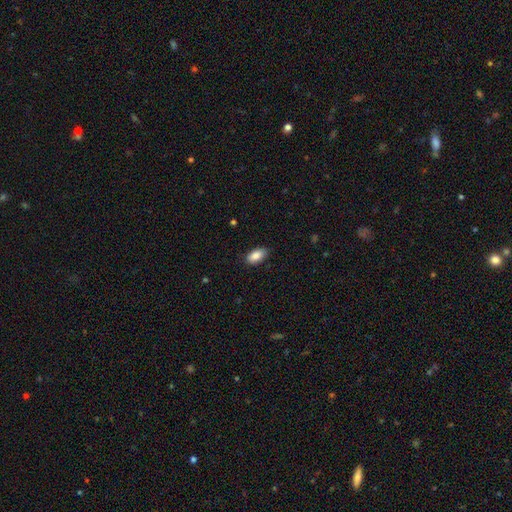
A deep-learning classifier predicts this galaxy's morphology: Smooth or featured? Predicted: smooth (p=0.88). How rounded? Predicted: in between (p=0.93). Merging? Predicted: none (p=0.84).